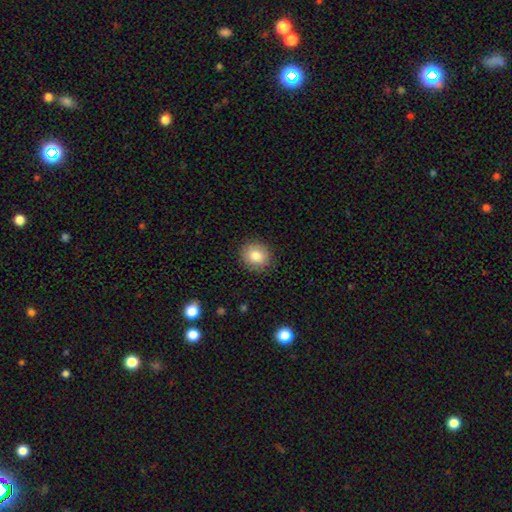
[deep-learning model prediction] Smooth or featured?
  - smooth: 83% *
  - star or artifact: 9%
  - featured or disk: 9%
How rounded?
  - round: 81% *
  - in between: 18%
  - cigar-shaped: 1%
Merging?
  - none: 88% *
  - minor disturbance: 9%
  - major disturbance: 2%
  - merger: 1%